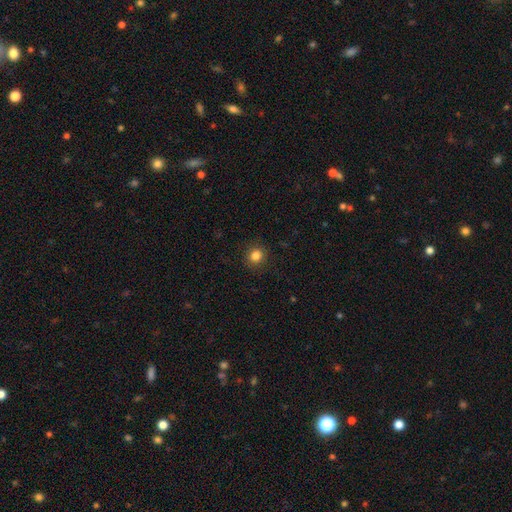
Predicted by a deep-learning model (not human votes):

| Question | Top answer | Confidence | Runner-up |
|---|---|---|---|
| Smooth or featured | smooth | 84% | star or artifact (11%) |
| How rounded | round | 89% | in between (10%) |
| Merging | none | 90% | minor disturbance (7%) |